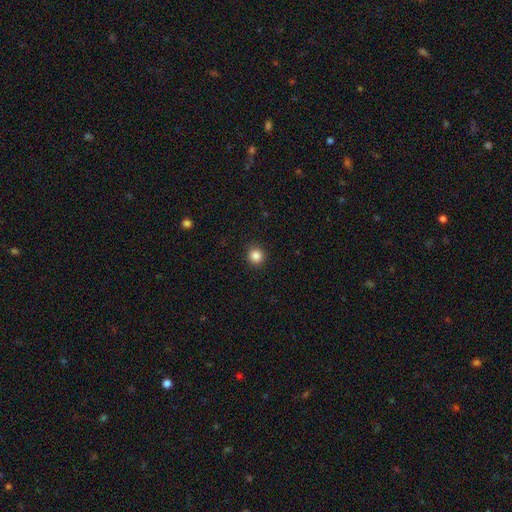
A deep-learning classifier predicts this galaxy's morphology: Smooth or featured? Predicted: smooth (p=0.86). How rounded? Predicted: round (p=0.94). Merging? Predicted: none (p=0.92).